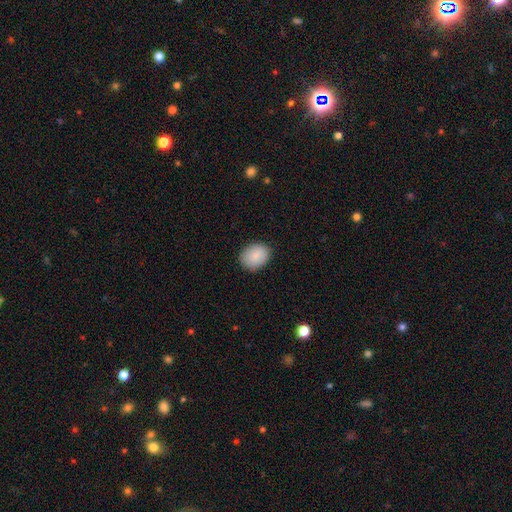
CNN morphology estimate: A smooth galaxy with no disk features (88%) that is in between round and cigar-shaped (61%).

Vote fractions:
- Smooth or featured? smooth: 88% / star or artifact: 7% / featured or disk: 5%
- How rounded? in between: 61% / round: 38% / cigar-shaped: 1%
- Merging? none: 87% / minor disturbance: 10% / major disturbance: 2% / merger: 1%